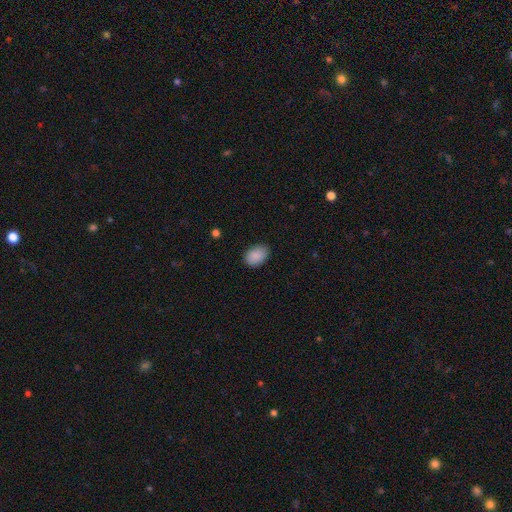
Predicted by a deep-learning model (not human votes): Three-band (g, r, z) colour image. It shows a smooth galaxy with no disk features (89%) that is in between round and cigar-shaped (80%). Merging: none (81%).